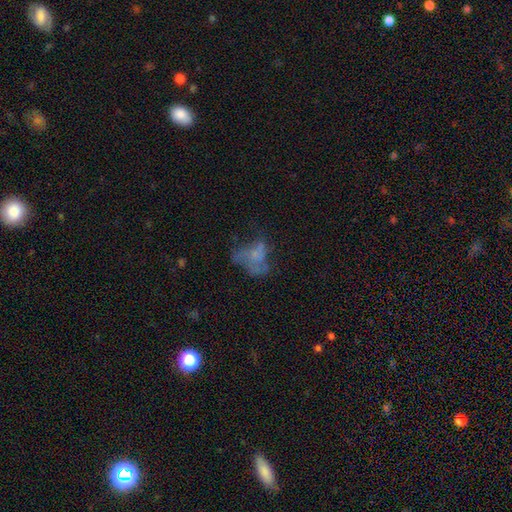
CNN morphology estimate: Overall: featured or disk (46%; smooth 36%). Merging: major disturbance (40%; none 33%).